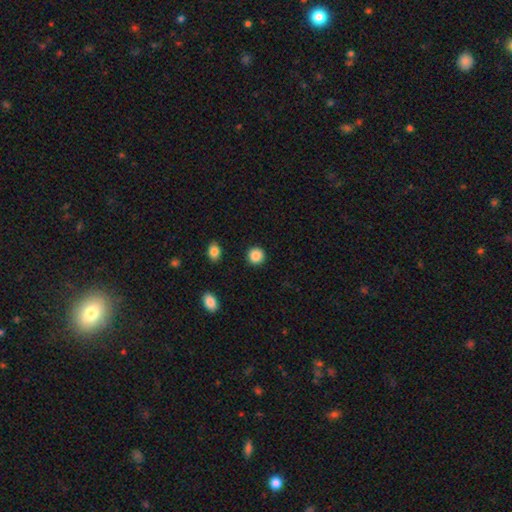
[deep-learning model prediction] Smooth or featured? Predicted: smooth (p=0.88). How rounded? Predicted: round (p=0.92). Merging? Predicted: none (p=0.92).